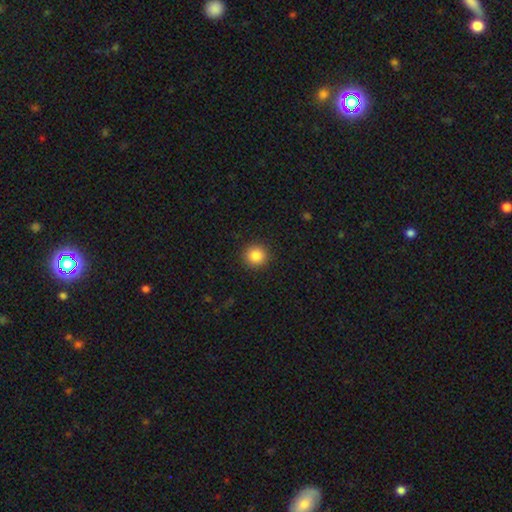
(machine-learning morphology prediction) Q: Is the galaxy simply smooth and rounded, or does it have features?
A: smooth — 85%.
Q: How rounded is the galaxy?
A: round — 94%.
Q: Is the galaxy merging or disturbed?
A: none — 92%.